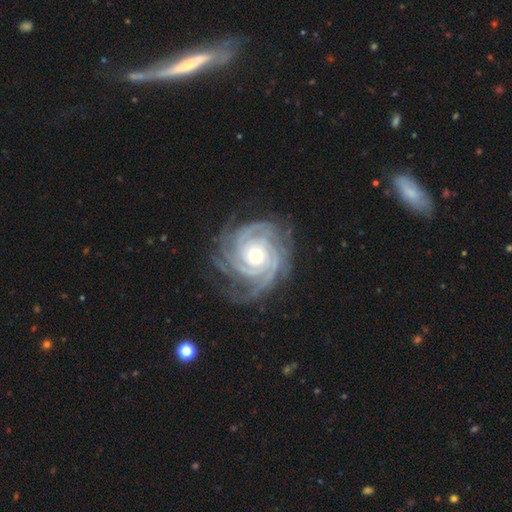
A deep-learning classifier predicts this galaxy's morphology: smooth_or_featured: featured or disk (p=0.92) [alt: star or artifact p=0.04]
disk_edge_on: no (p=0.98) [alt: yes p=0.02]
bar: no (p=0.77) [alt: weak p=0.16]
has_spiral_arms: yes (p=0.99) [alt: no p=0.01]
spiral_winding: tight (p=0.80) [alt: medium p=0.18]
spiral_arm_count: 4 (p=0.29) [alt: 3 p=0.23]
bulge_size: moderate (p=0.59) [alt: small p=0.33]
merging: none (p=0.76) [alt: minor disturbance p=0.16]